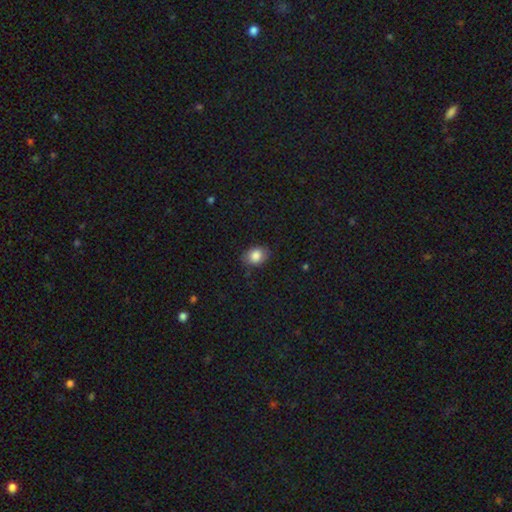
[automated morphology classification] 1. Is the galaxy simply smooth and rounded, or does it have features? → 84% smooth, 8% star or artifact, 7% featured or disk.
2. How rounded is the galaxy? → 65% in between, 33% round, 1% cigar-shaped.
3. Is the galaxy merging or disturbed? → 79% none, 16% minor disturbance, 4% major disturbance, 1% merger.